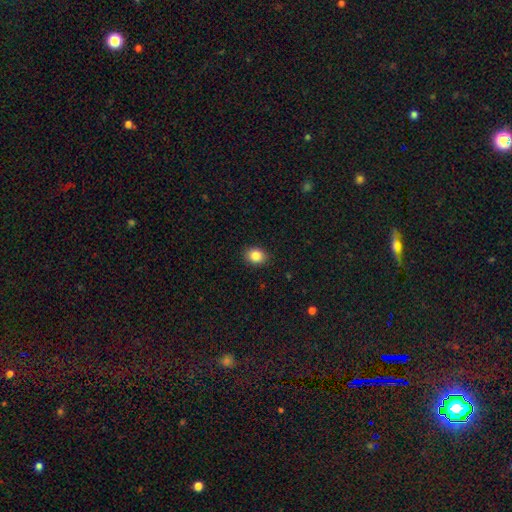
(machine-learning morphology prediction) smooth 85%, star or artifact 9%, featured or disk 5%. Down the decision tree: how rounded — round (50%); merging — none (90%).